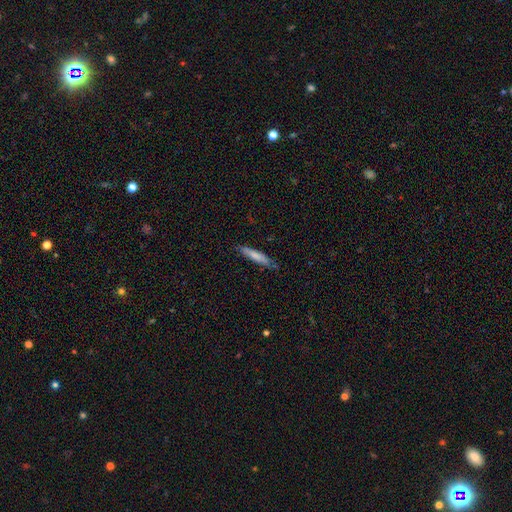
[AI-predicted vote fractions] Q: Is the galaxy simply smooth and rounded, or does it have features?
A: smooth — 73%.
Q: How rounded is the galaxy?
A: cigar-shaped — 88%.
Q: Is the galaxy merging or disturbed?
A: none — 79%.